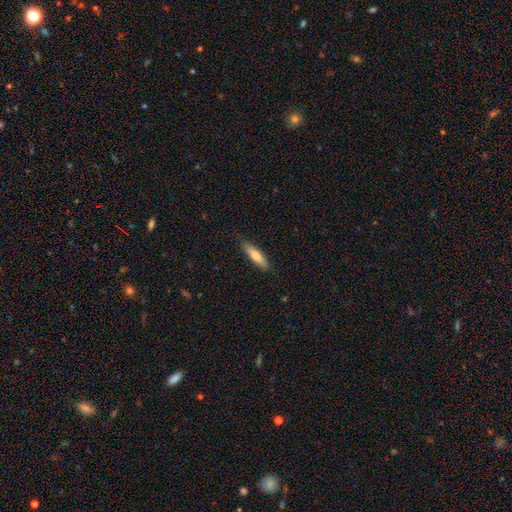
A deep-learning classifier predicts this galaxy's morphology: Smooth or featured? Predicted: smooth (p=0.73). How rounded? Predicted: cigar-shaped (p=0.70). Merging? Predicted: none (p=0.81).